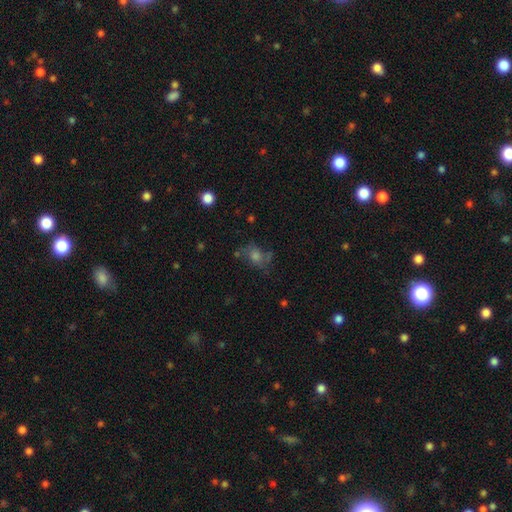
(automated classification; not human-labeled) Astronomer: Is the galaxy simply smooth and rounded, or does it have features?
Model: featured or disk — 39% (runner-up: smooth, 37%).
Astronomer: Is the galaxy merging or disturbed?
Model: none — 60%.